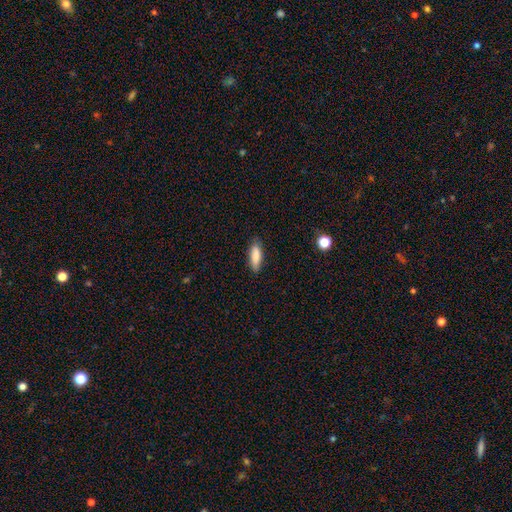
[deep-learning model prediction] Smooth or featured? Predicted: smooth (p=0.86). How rounded? Predicted: in between (p=0.54). Merging? Predicted: none (p=0.81).